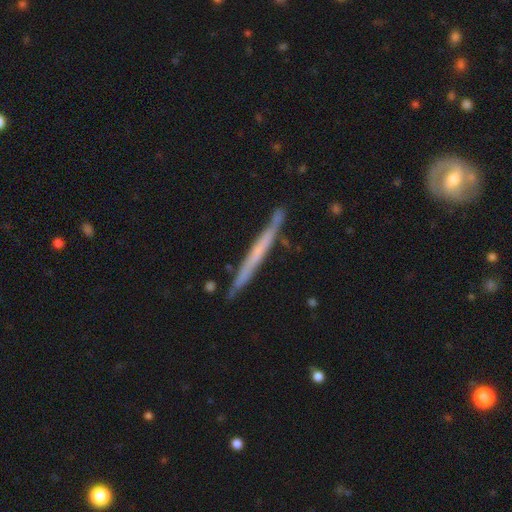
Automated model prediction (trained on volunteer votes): Smooth or featured? featured or disk (56%)
Edge-on disk? yes (96%)
Edge-on bulge? none (85%)
Merging? none (86%)